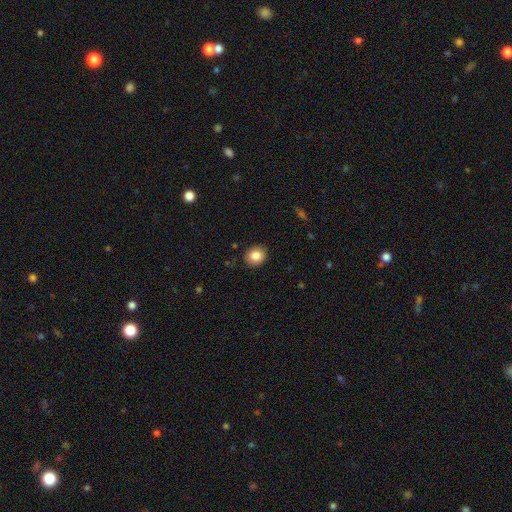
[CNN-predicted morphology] Smooth or featured? smooth (86%)
How rounded? round (66%)
Merging? none (89%)